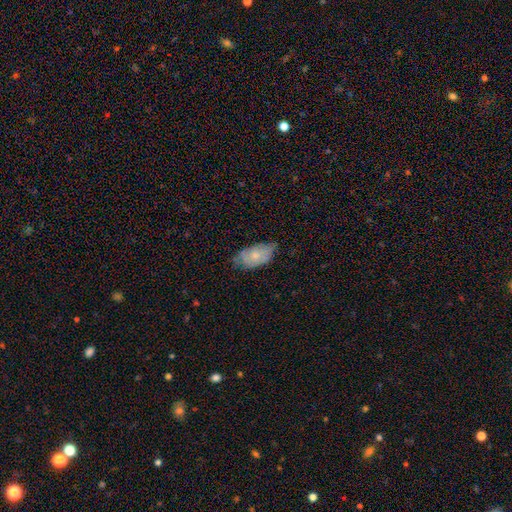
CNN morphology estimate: A smooth galaxy with no disk features (59%) that is in between round and cigar-shaped (92%).

Vote fractions:
- Smooth or featured? smooth: 59% / featured or disk: 34% / star or artifact: 7%
- How rounded? in between: 92% / round: 4% / cigar-shaped: 4%
- Merging? none: 54% / minor disturbance: 36% / major disturbance: 8% / merger: 1%